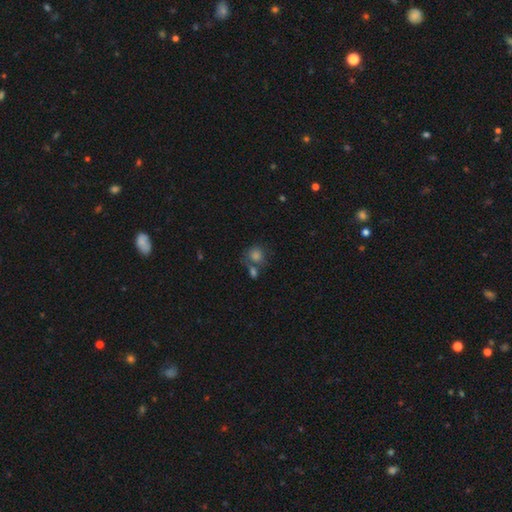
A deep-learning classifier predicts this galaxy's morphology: A smooth galaxy with no disk features (70%) that is round (77%). Merging: none (50%).